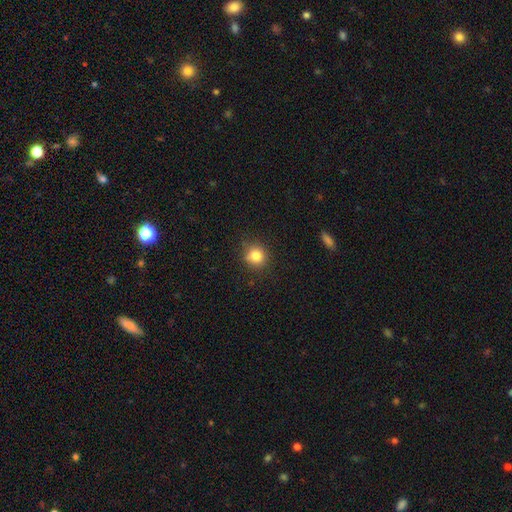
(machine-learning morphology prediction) Smooth or featured?
  - smooth: 83% *
  - star or artifact: 11%
  - featured or disk: 6%
How rounded?
  - round: 86% *
  - in between: 13%
  - cigar-shaped: 1%
Merging?
  - none: 83% *
  - minor disturbance: 12%
  - major disturbance: 3%
  - merger: 2%